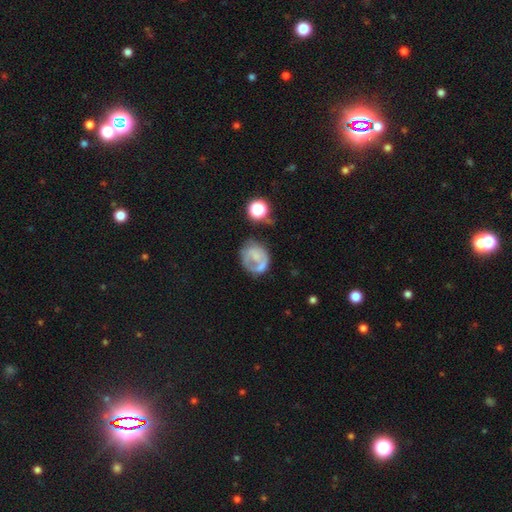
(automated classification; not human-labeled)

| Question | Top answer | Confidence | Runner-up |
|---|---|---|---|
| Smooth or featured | smooth | 46% | featured or disk (43%) |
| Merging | none | 42% | major disturbance (26%) |